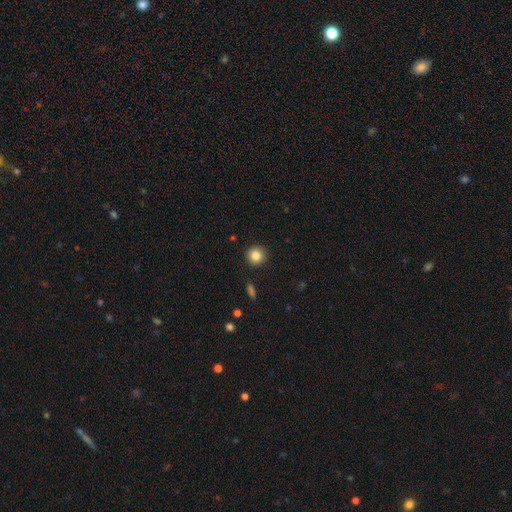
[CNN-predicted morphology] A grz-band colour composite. It shows a smooth galaxy with no disk features (85%) that is round (94%). Merging: none (91%).